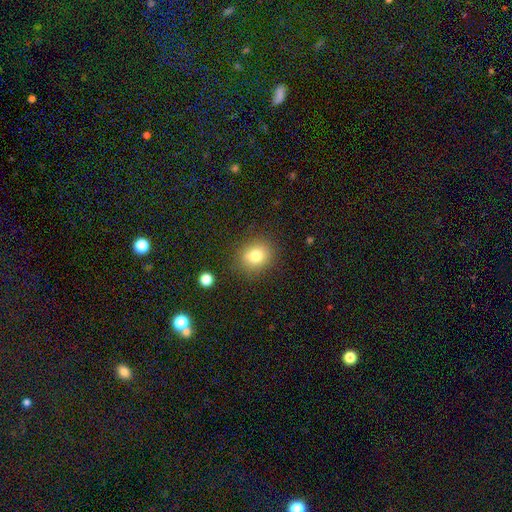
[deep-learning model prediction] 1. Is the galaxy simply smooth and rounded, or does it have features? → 79% smooth, 12% star or artifact, 9% featured or disk.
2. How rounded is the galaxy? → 72% round, 27% in between, 1% cigar-shaped.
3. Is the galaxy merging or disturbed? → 83% none, 11% minor disturbance, 4% major disturbance, 2% merger.